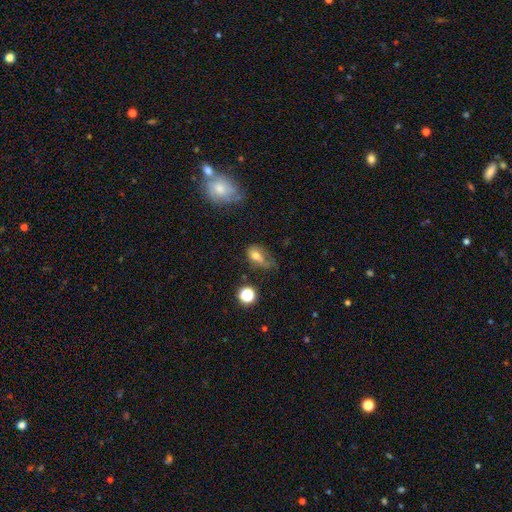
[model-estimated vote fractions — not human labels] Smooth or featured: smooth — 62% (featured or disk — 23%)
How rounded: in between — 77% (round — 19%)
Merging: major disturbance — 32% (none — 31%)